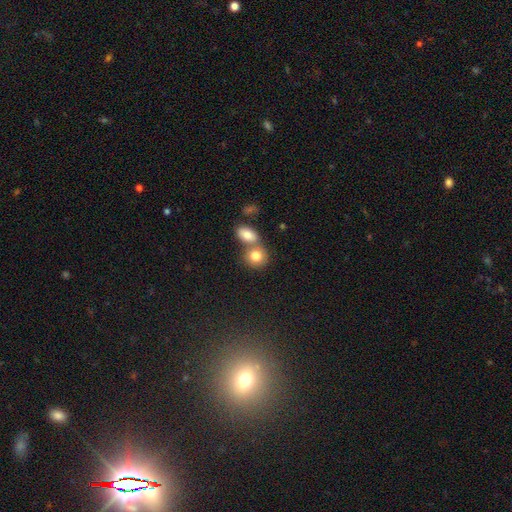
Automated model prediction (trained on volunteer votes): smooth_or_featured: smooth (p=0.79) [alt: featured or disk p=0.12]
how_rounded: round (p=0.65) [alt: in between p=0.33]
merging: merger (p=0.49) [alt: none p=0.40]